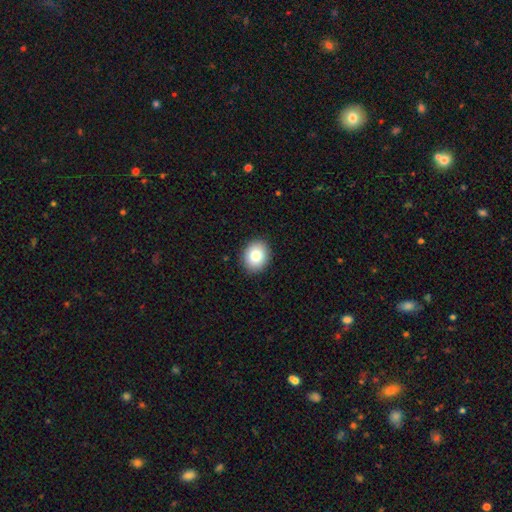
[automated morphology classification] type=smooth (83%); roundness=round (60%); merging=none (90%).